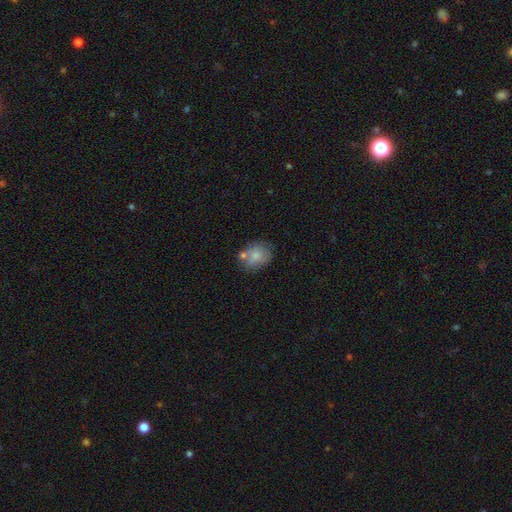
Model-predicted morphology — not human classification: Overall: smooth (73%). How rounded: round (53%; in between 46%). Merging: none (53%; minor disturbance 22%).